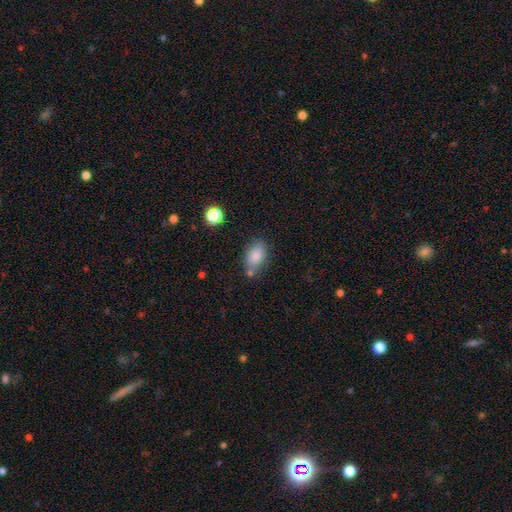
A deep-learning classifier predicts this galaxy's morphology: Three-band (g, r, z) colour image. It shows a smooth galaxy with no disk features (83%) that is in between round and cigar-shaped (88%). Merging: none (66%).